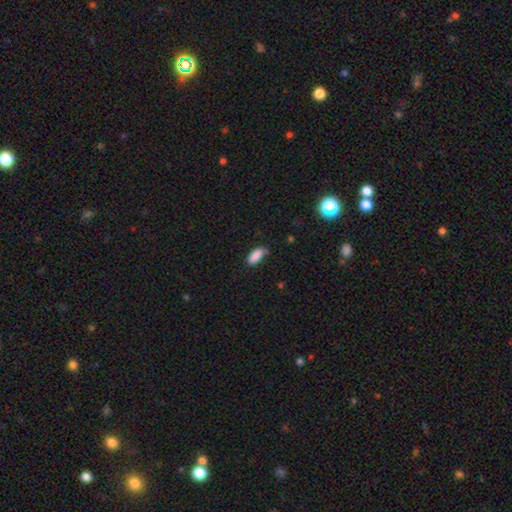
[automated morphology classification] Smooth or featured?
  - smooth: 87% *
  - star or artifact: 8%
  - featured or disk: 5%
How rounded?
  - in between: 81% *
  - cigar-shaped: 17%
  - round: 2%
Merging?
  - none: 68% *
  - minor disturbance: 26%
  - major disturbance: 4%
  - merger: 2%